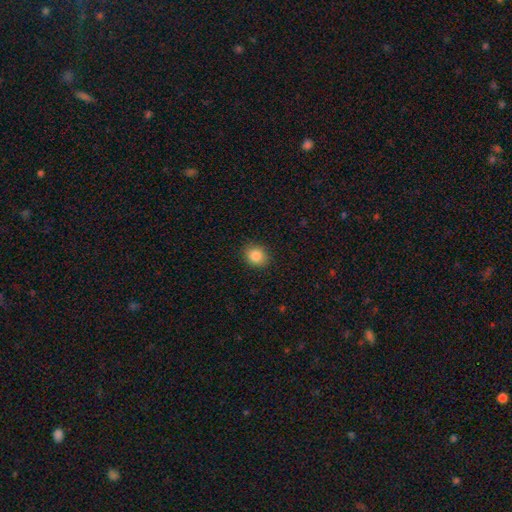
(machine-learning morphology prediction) Smooth or featured? Predicted: smooth (p=0.85). How rounded? Predicted: round (p=0.71). Merging? Predicted: none (p=0.89).